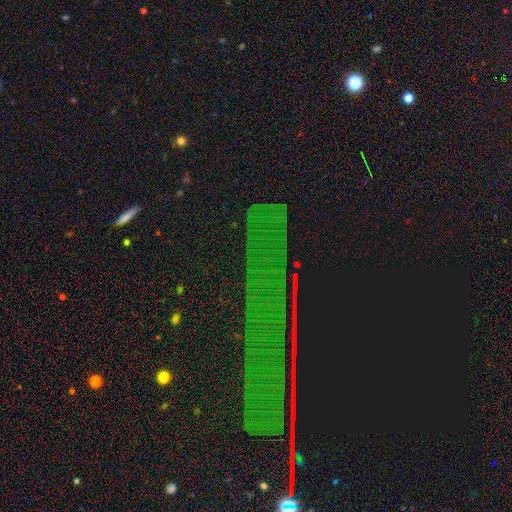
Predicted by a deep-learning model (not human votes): Smooth or featured? Predicted: star or artifact (p=0.81).